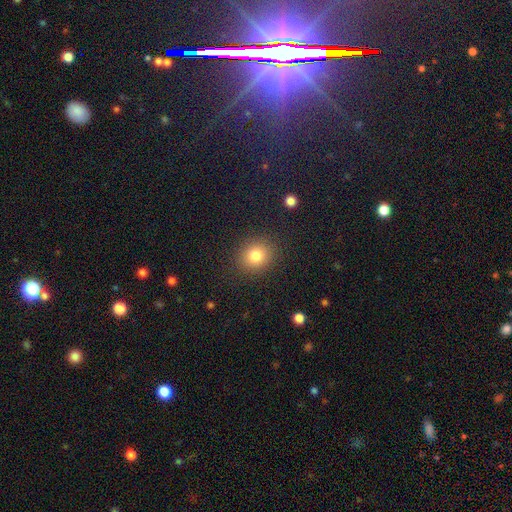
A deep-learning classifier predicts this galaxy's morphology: A smooth galaxy with no disk features (82%) that is round (76%). Merging: none (88%).